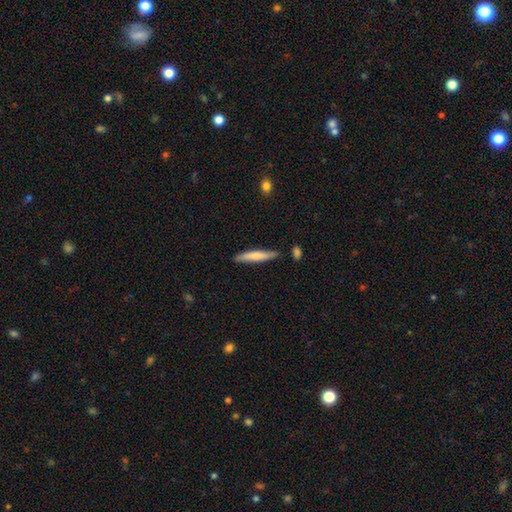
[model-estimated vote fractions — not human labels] Smooth or featured? smooth (68%)
How rounded? cigar-shaped (91%)
Merging? none (82%)